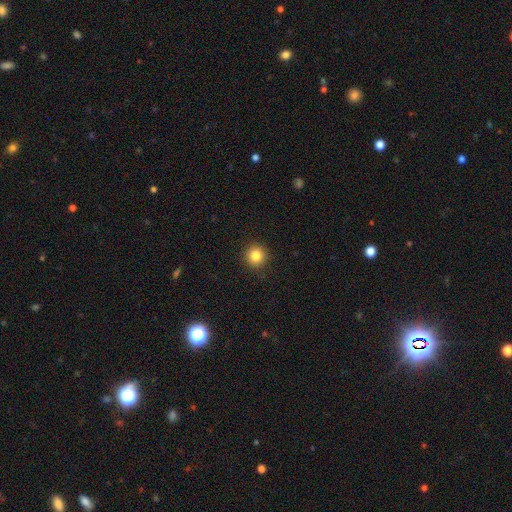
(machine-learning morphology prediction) smooth 84%, star or artifact 11%, featured or disk 6%. Down the decision tree: how rounded — round (94%); merging — none (92%).